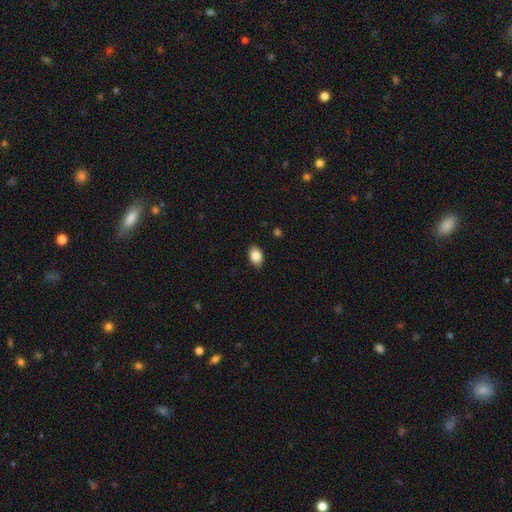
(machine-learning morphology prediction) Smooth or featured? smooth (86%)
How rounded? in between (88%)
Merging? none (87%)